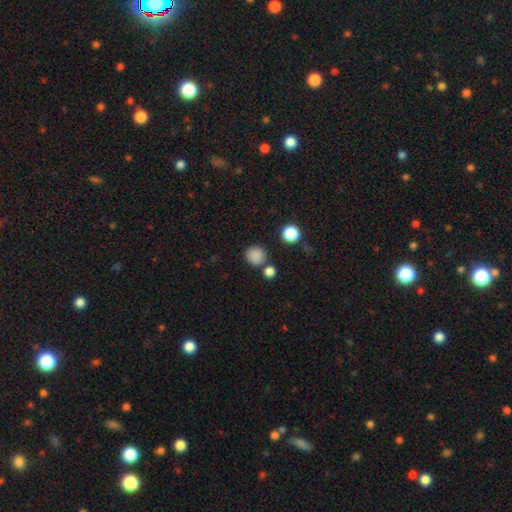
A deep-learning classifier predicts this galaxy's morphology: Smooth or featured? Predicted: smooth (p=0.84). How rounded? Predicted: round (p=0.91). Merging? Predicted: none (p=0.75).